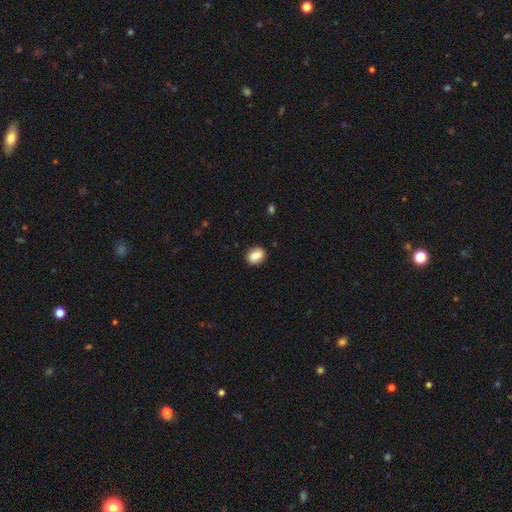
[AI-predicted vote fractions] A smooth galaxy with no disk features (86%) that is in between round and cigar-shaped (57%). Merging: none (85%).